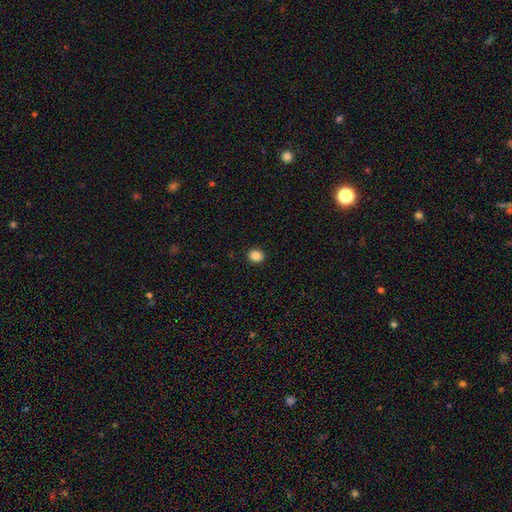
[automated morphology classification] Smooth or featured? Predicted: smooth (p=0.86). How rounded? Predicted: round (p=0.70). Merging? Predicted: none (p=0.92).